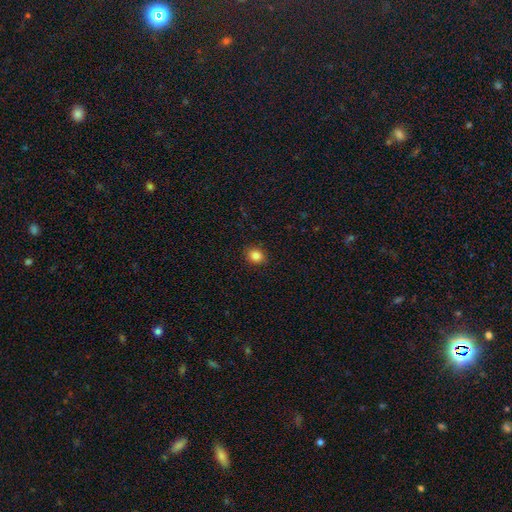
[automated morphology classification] The model was most divided on "how rounded": round: 63%, in between: 36%, cigar-shaped: 1%. More confident: merging — none (90%); smooth or featured — smooth (85%).